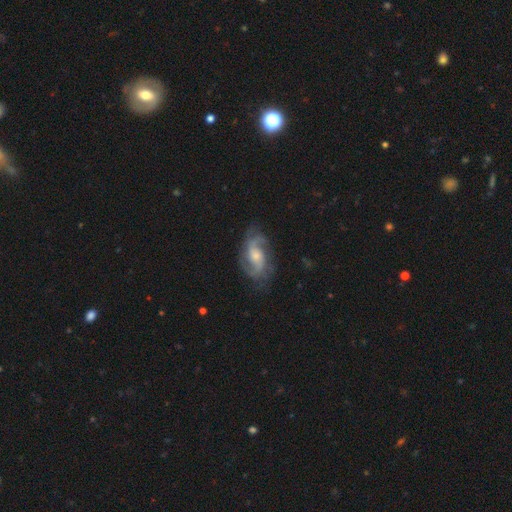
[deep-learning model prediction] Morphology: type=featured or disk (85%); edge-on=no (97%); bar=no (55%); spiral arms=yes (96%); winding=medium (51%); arm count=2 (67%); bulge=moderate (45%); merging=none (72%).